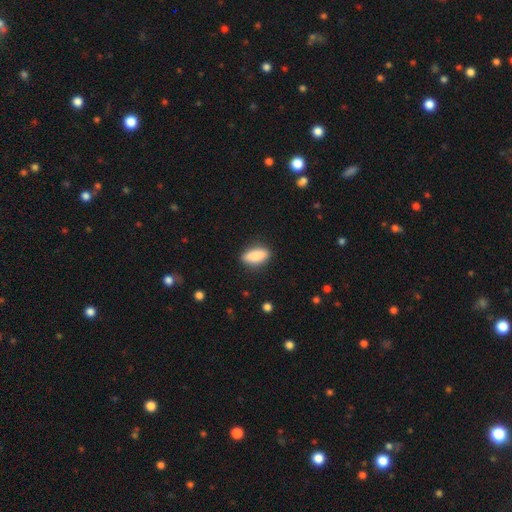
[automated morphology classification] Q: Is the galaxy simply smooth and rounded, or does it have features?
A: smooth — 86%.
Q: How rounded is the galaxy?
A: in between — 74%.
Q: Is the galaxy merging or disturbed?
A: none — 86%.